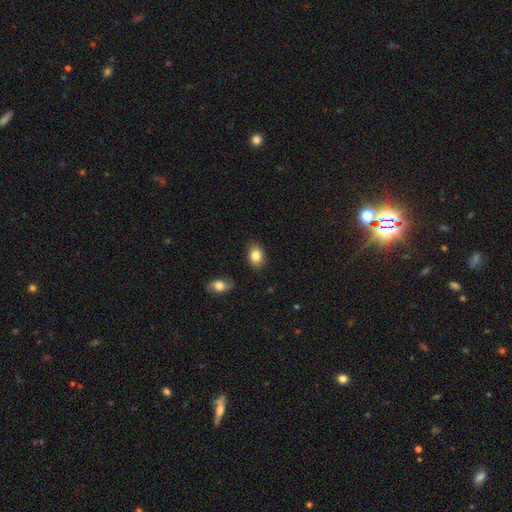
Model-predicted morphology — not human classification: smooth-or-featured: smooth: 83% | featured or disk: 9% | star or artifact: 8%
  how-rounded: in between: 77% | round: 22% | cigar-shaped: 1%
  merging: none: 85% | minor disturbance: 10% | major disturbance: 2% | merger: 2%